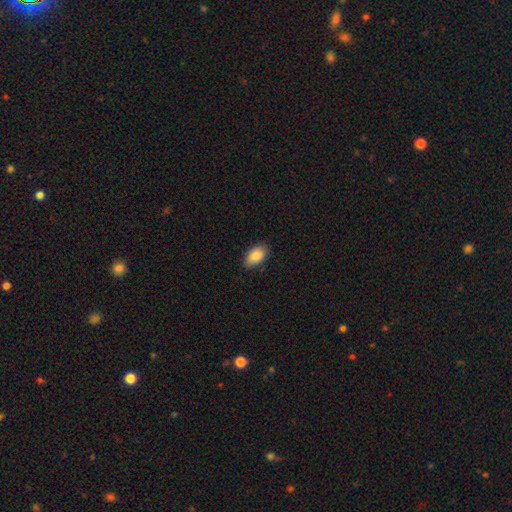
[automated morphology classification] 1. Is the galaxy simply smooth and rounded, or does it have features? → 87% smooth, 7% star or artifact, 6% featured or disk.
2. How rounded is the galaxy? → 93% in between, 6% round, 2% cigar-shaped.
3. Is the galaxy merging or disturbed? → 86% none, 11% minor disturbance, 2% major disturbance, 1% merger.